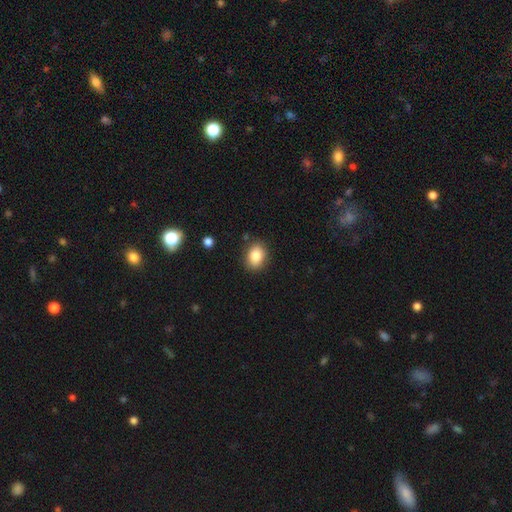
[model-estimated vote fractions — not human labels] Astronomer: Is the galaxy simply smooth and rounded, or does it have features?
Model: smooth — 84%.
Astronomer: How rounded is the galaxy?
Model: in between — 62% (runner-up: round, 37%).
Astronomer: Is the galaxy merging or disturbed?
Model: none — 85%.